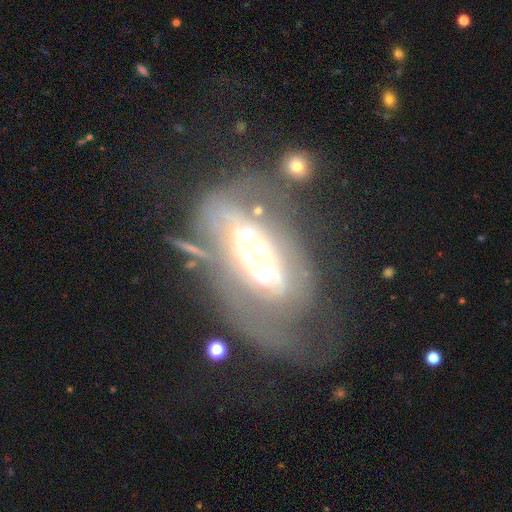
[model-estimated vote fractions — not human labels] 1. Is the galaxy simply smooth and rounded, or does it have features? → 75% featured or disk, 17% smooth, 8% star or artifact.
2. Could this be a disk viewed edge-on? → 90% no, 10% yes.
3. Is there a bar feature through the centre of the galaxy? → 69% no, 19% weak, 12% strong.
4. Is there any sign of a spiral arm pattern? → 57% yes, 43% no.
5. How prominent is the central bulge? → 52% moderate, 33% large, 8% small, 6% dominant, 2% none.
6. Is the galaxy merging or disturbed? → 40% major disturbance, 32% none, 19% minor disturbance, 9% merger.